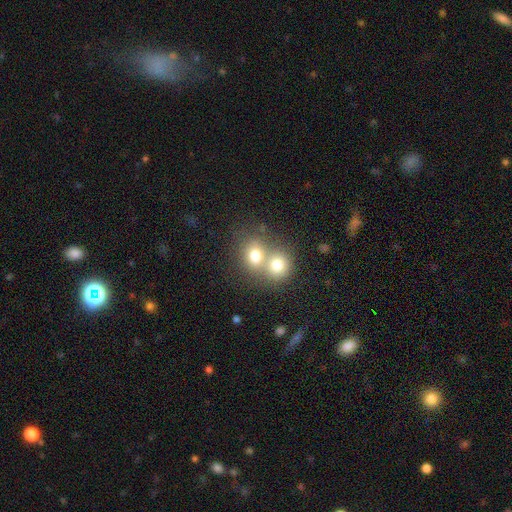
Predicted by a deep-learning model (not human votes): Smooth or featured? Predicted: smooth (p=0.73). How rounded? Predicted: round (p=0.69). Merging? Predicted: merger (p=0.62).